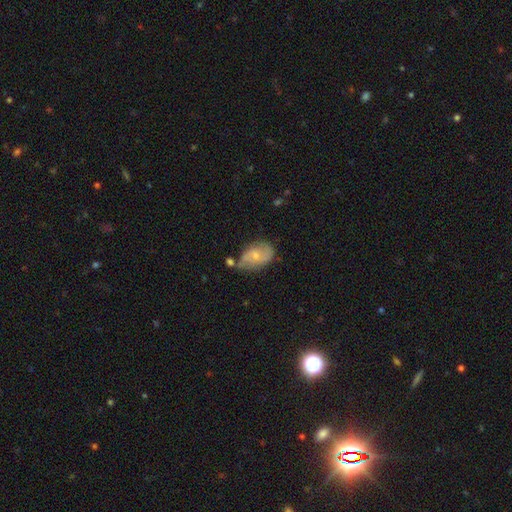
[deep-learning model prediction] The model was most divided on "smooth or featured": featured or disk: 49%, smooth: 43%, star or artifact: 7%. Remaining: merging — none (47%).